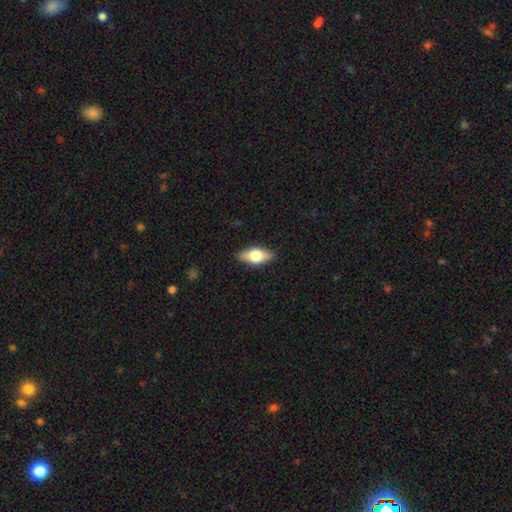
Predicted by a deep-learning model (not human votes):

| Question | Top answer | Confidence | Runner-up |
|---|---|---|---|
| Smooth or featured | smooth | 58% | featured or disk (35%) |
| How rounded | in between | 82% | cigar-shaped (14%) |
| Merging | none | 87% | minor disturbance (10%) |